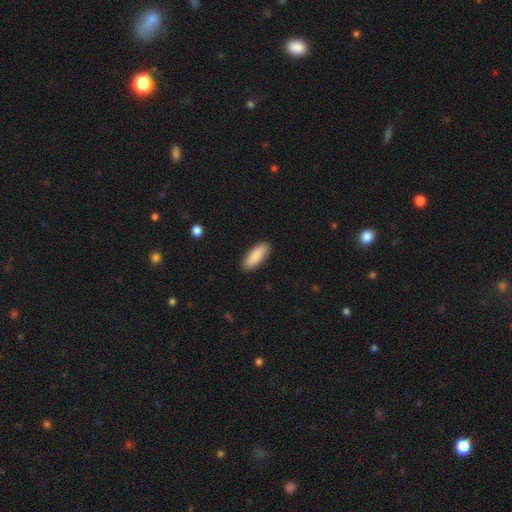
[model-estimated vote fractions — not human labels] smooth-or-featured: smooth: 85% | featured or disk: 10% | star or artifact: 5%
  how-rounded: in between: 67% | cigar-shaped: 31% | round: 2%
  merging: none: 89% | minor disturbance: 8% | major disturbance: 2% | merger: 1%